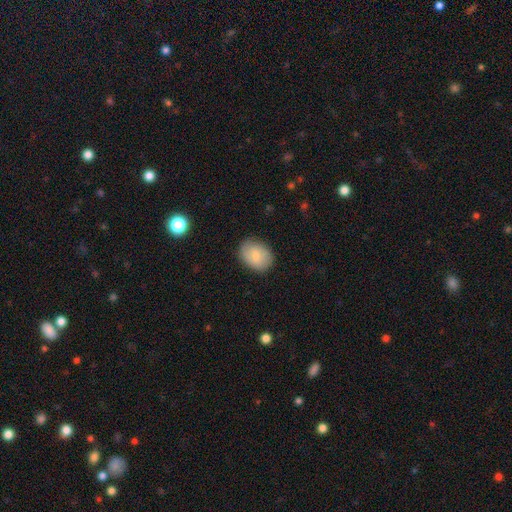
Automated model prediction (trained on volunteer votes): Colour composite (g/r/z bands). It shows a smooth galaxy with no disk features (77%) that is in between round and cigar-shaped (66%). Merging: none (82%).